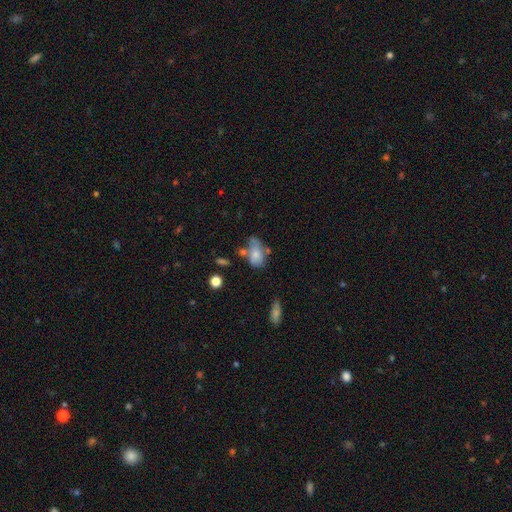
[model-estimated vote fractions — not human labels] smooth_or_featured: smooth (p=0.67) [alt: featured or disk p=0.23]
how_rounded: in between (p=0.83) [alt: round p=0.14]
merging: none (p=0.33) [alt: minor disturbance p=0.29]